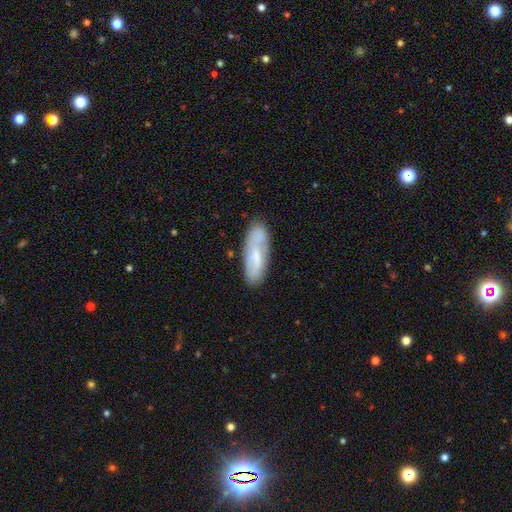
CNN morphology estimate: Q: Smooth or featured?
A: smooth (50%); runner-up: featured or disk (43%)
Q: How rounded?
A: in between (60%); runner-up: cigar-shaped (38%)
Q: Merging?
A: none (73%); runner-up: minor disturbance (18%)